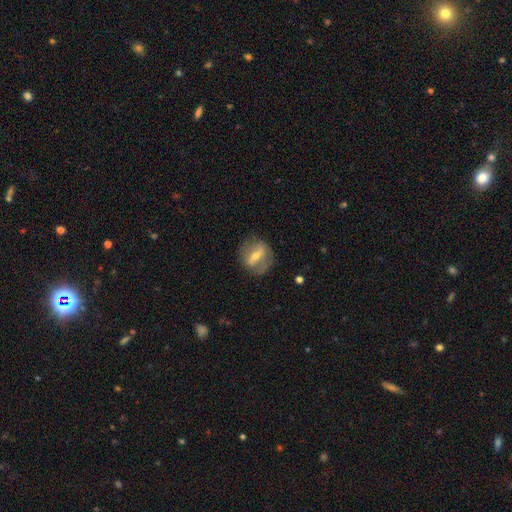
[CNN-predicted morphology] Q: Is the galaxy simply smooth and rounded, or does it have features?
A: featured or disk — 60%.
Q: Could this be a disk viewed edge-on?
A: no — 85%.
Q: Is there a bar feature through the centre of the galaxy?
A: strong — 58%.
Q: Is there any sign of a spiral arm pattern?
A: no — 66%.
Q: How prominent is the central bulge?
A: moderate — 53%.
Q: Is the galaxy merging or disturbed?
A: none — 74%.